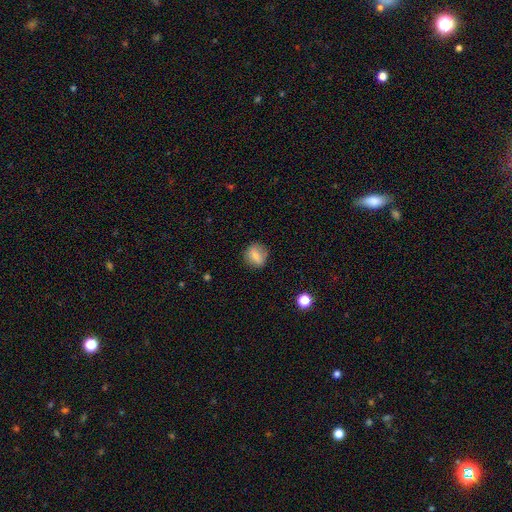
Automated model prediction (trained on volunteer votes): The model was most divided on "how rounded": round: 72%, in between: 26%, cigar-shaped: 2%. More confident: merging — none (82%); smooth or featured — smooth (75%).